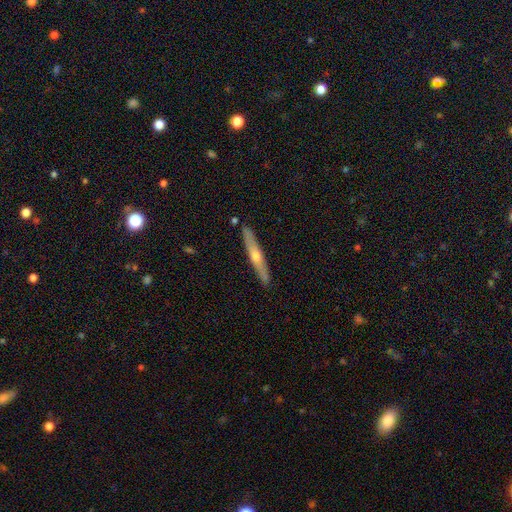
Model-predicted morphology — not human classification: type=featured or disk (63%); edge-on=yes (92%); edge-on bulge=rounded (84%); merging=none (89%).